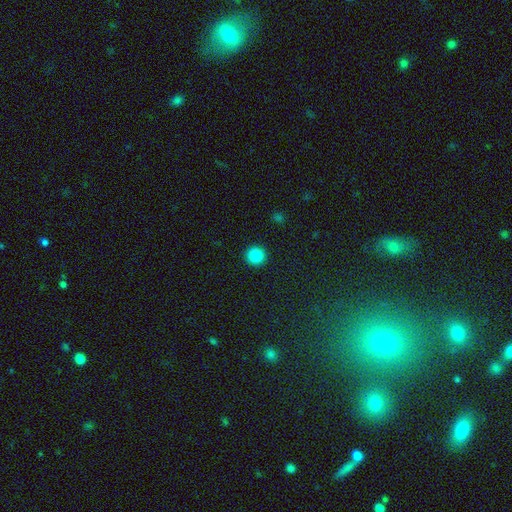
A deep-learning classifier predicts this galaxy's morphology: Overall: smooth (86%). How rounded: round (96%). Merging: none (93%).